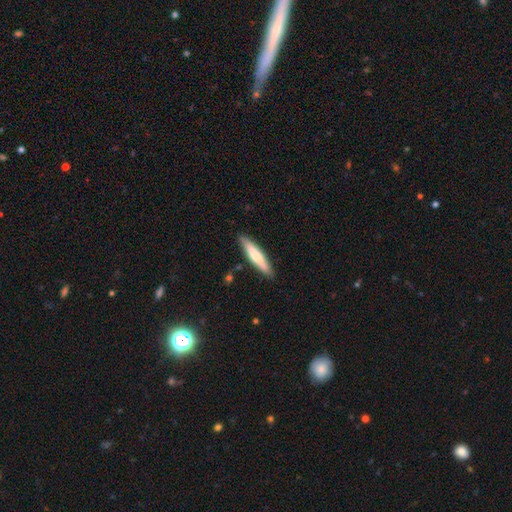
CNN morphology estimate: Smooth or featured? smooth (65%)
How rounded? cigar-shaped (86%)
Merging? none (87%)